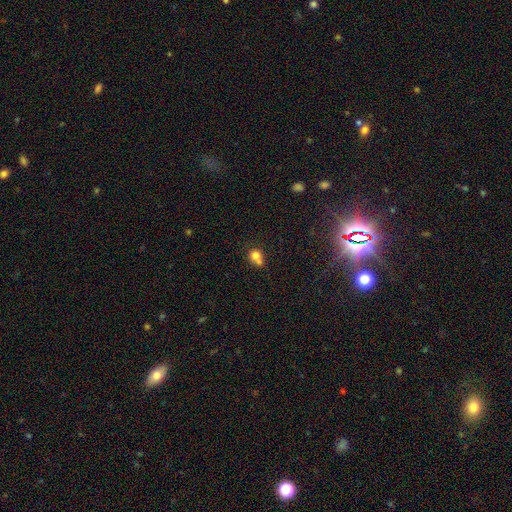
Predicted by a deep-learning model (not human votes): Smooth or featured: smooth — 75% (featured or disk — 13%)
How rounded: round — 77% (in between — 22%)
Merging: merger — 47% (none — 36%)